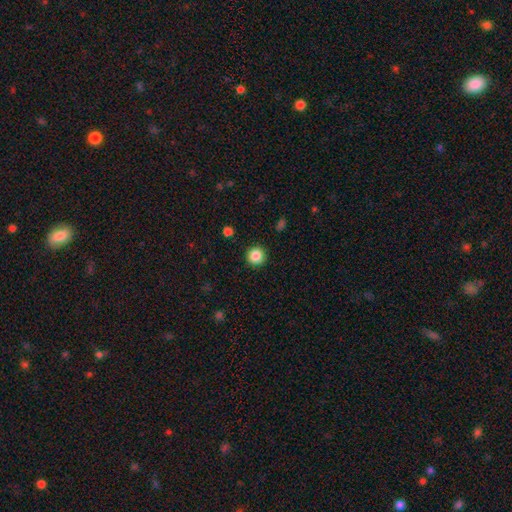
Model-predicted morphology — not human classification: A smooth galaxy with no disk features (86%) that is round (95%). Merging: none (92%).